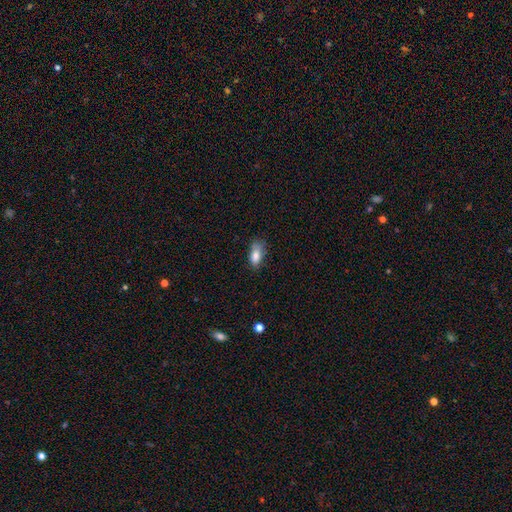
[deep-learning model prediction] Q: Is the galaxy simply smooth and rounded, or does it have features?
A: smooth — 82%.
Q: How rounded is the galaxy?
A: in between — 86%.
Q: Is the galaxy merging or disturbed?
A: none — 57%.